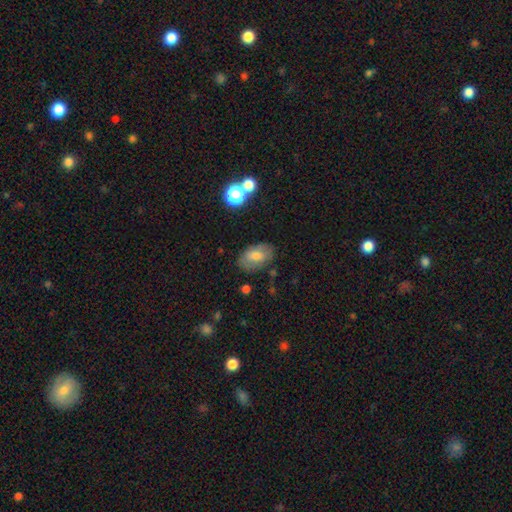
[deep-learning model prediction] Smooth or featured?
  - smooth: 67% *
  - featured or disk: 23%
  - star or artifact: 9%
How rounded?
  - in between: 89% *
  - round: 9%
  - cigar-shaped: 2%
Merging?
  - none: 77% *
  - minor disturbance: 16%
  - major disturbance: 5%
  - merger: 3%